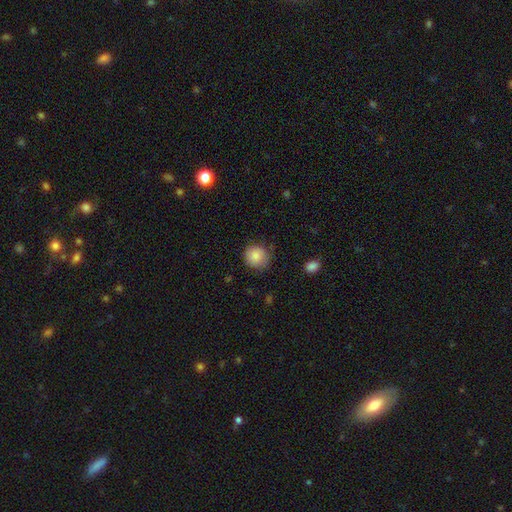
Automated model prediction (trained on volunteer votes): smooth-or-featured: smooth: 85% | star or artifact: 8% | featured or disk: 7%
  how-rounded: round: 87% | in between: 12% | cigar-shaped: 1%
  merging: none: 77% | minor disturbance: 18% | major disturbance: 4% | merger: 1%